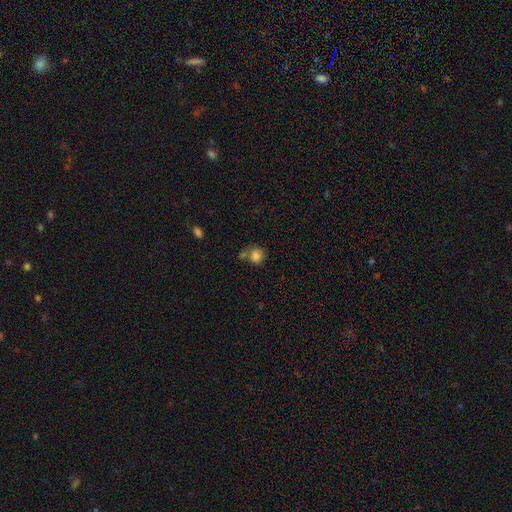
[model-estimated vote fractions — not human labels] A smooth galaxy with no disk features (82%) that is round (81%).

Vote fractions:
- Smooth or featured? smooth: 82% / star or artifact: 10% / featured or disk: 8%
- How rounded? round: 81% / in between: 18% / cigar-shaped: 1%
- Merging? none: 52% / merger: 25% / minor disturbance: 16% / major disturbance: 7%